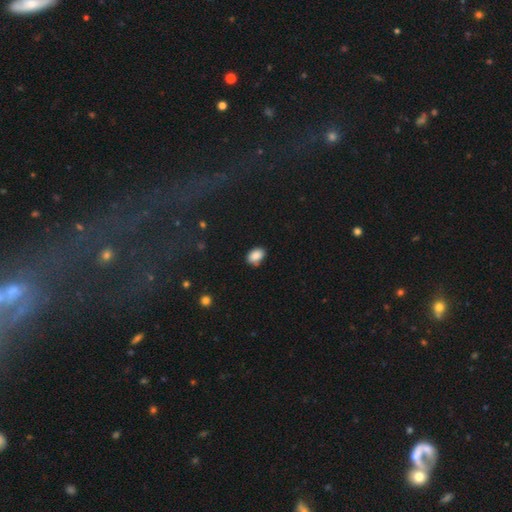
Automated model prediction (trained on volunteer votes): Smooth or featured? smooth (88%)
How rounded? in between (84%)
Merging? none (72%)